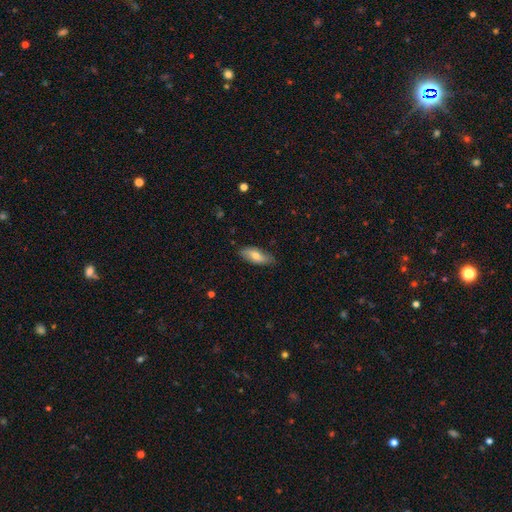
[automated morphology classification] Overall: smooth (69%). How rounded: in between (77%). Merging: none (79%).